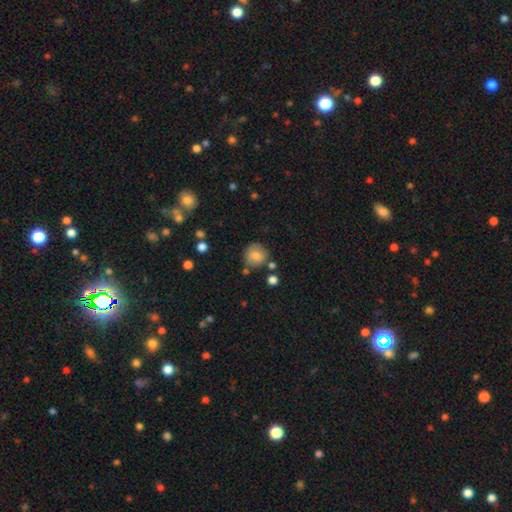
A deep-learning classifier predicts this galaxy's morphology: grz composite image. It shows a smooth galaxy with no disk features (80%) that is round (88%). Merging: none (75%).